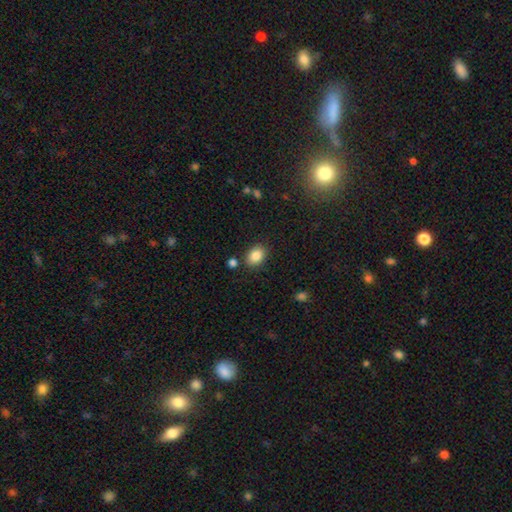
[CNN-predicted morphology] smooth 86%, star or artifact 8%, featured or disk 5%. Down the decision tree: how rounded — in between (72%); merging — none (82%).